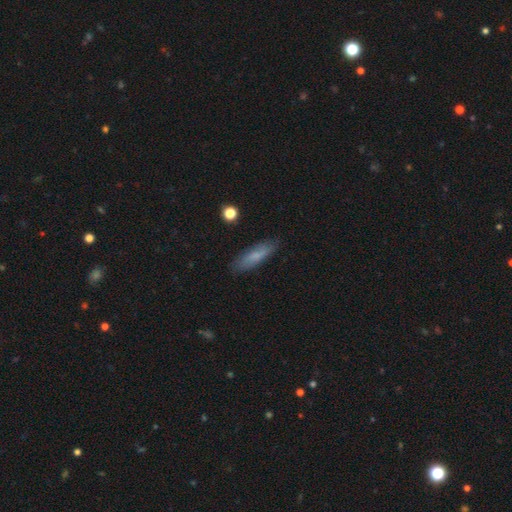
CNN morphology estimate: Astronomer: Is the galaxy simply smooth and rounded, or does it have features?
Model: smooth — 71%.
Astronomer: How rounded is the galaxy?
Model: cigar-shaped — 67%.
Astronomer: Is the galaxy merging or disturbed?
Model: none — 83%.